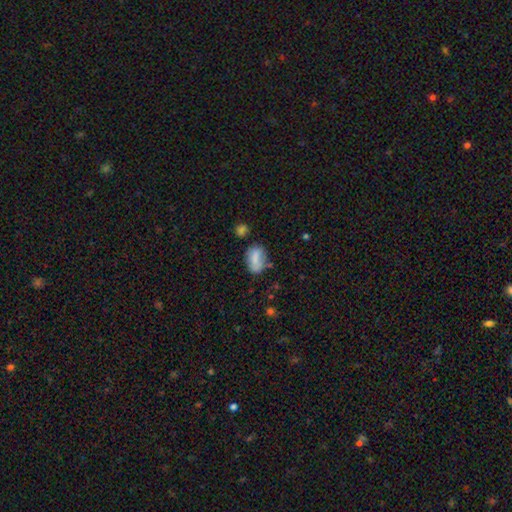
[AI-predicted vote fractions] Smooth or featured: smooth — 73% (featured or disk — 17%)
How rounded: in between — 85% (round — 11%)
Merging: none — 59% (minor disturbance — 25%)